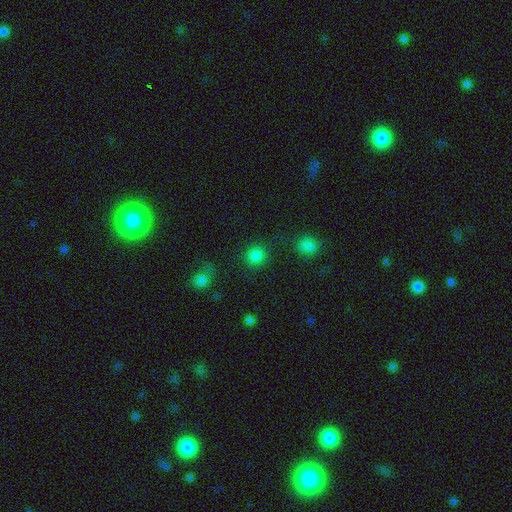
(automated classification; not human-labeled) This appears to be a smooth galaxy with no disk features (82%) that is round (90%). Merging: none (84%).